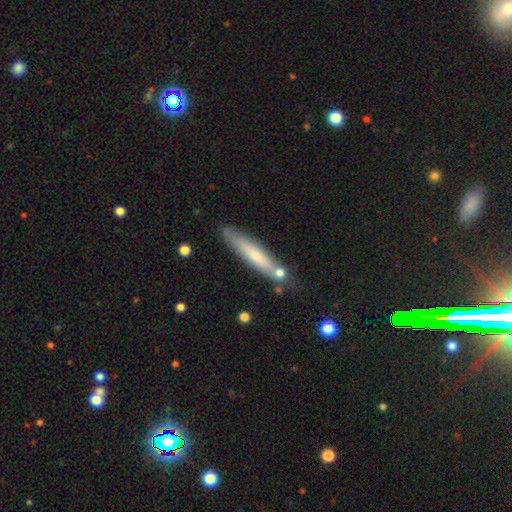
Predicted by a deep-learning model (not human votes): This appears to be a smooth galaxy with no disk features (60%) that is cigar-shaped (90%). Merging: none (76%).